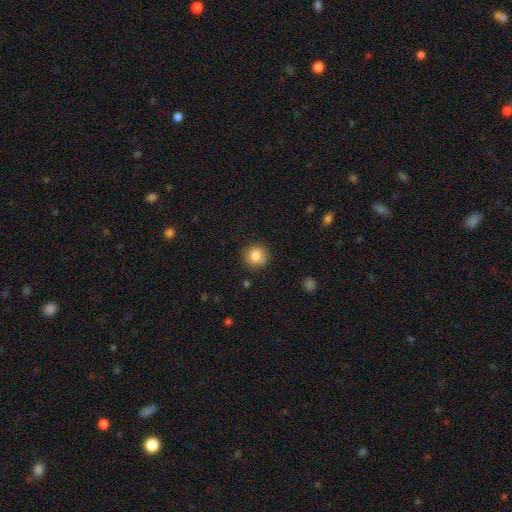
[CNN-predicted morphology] Overall: smooth (83%). How rounded: round (90%). Merging: none (81%).